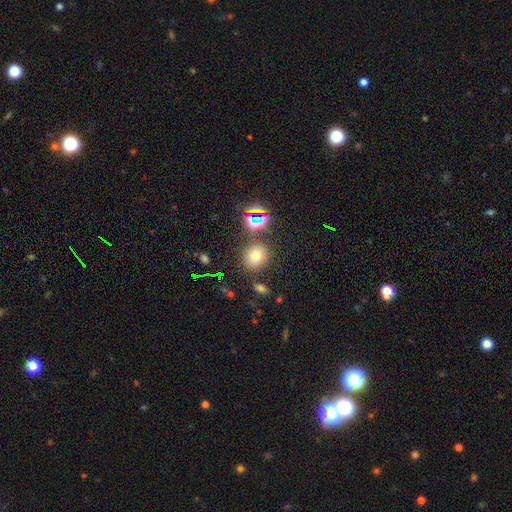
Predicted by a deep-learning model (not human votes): Smooth or featured? smooth (64%)
How rounded? round (75%)
Merging? none (79%)